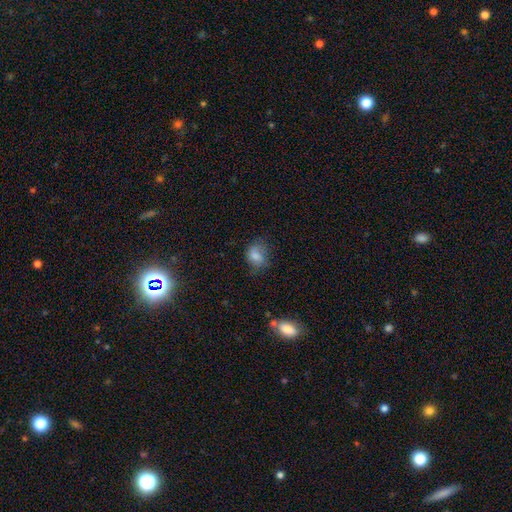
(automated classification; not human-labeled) Smooth or featured: smooth — 75% (featured or disk — 15%)
How rounded: in between — 57% (round — 42%)
Merging: none — 57% (minor disturbance — 29%)